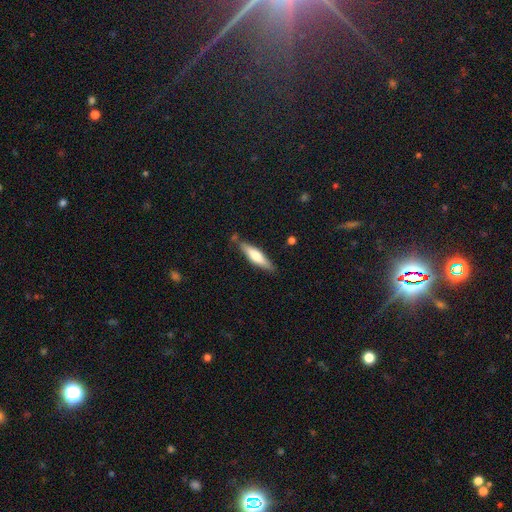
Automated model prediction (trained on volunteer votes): smooth-or-featured: smooth: 56% | featured or disk: 39% | star or artifact: 6%
  how-rounded: cigar-shaped: 74% | in between: 25% | round: 2%
  merging: none: 80% | minor disturbance: 14% | merger: 4% | major disturbance: 3%